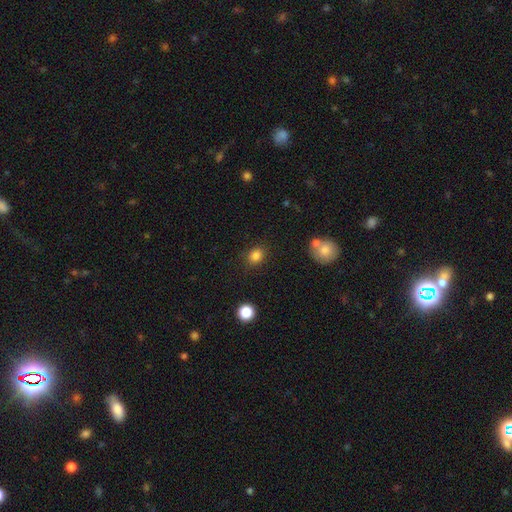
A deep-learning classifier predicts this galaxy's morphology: Smooth or featured? Predicted: smooth (p=0.84). How rounded? Predicted: round (p=0.61). Merging? Predicted: none (p=0.85).